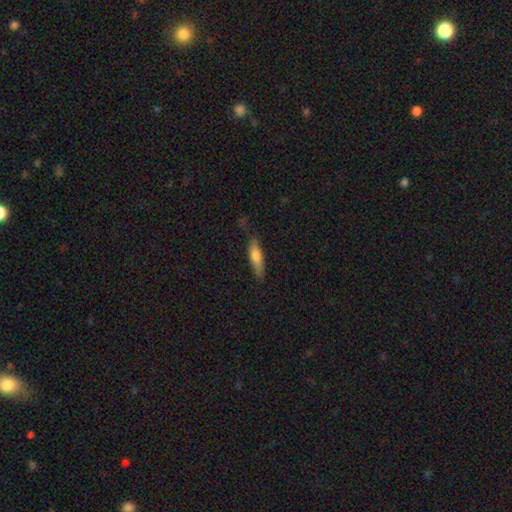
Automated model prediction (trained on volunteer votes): smooth 71%, featured or disk 22%, star or artifact 6%. Down the decision tree: how rounded — cigar-shaped (66%); merging — none (77%).